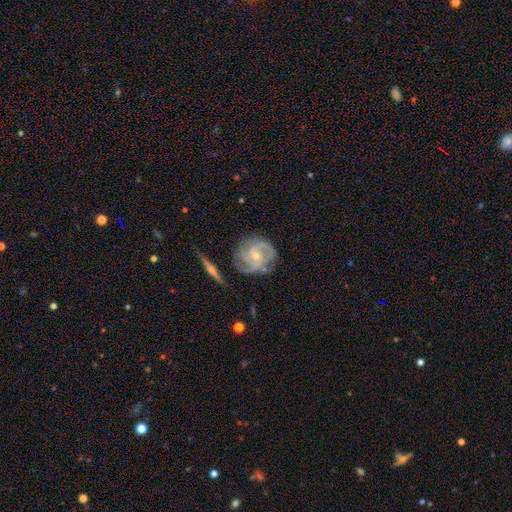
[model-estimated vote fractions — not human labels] The model was most divided on "spiral winding": tight: 46%, medium: 43%, loose: 10%. Remaining: edge-on disk — no (97%); spiral arms — yes (97%); smooth or featured — featured or disk (87%); merging — none (69%); bar — no (66%); bulge size — small (65%); spiral arm count — 3 (39%).